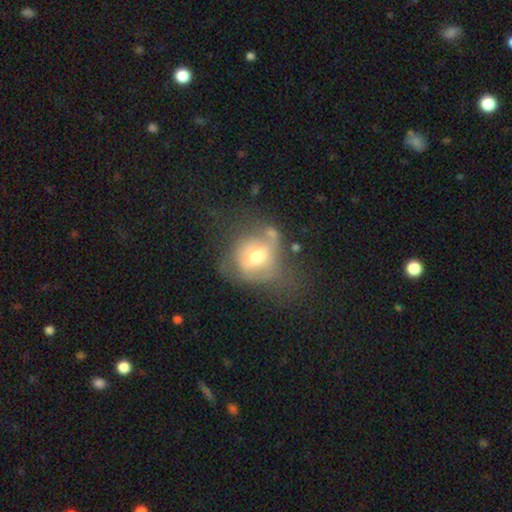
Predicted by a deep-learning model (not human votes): Smooth or featured? smooth (50%)
Merging? none (33%, tied with major disturbance)